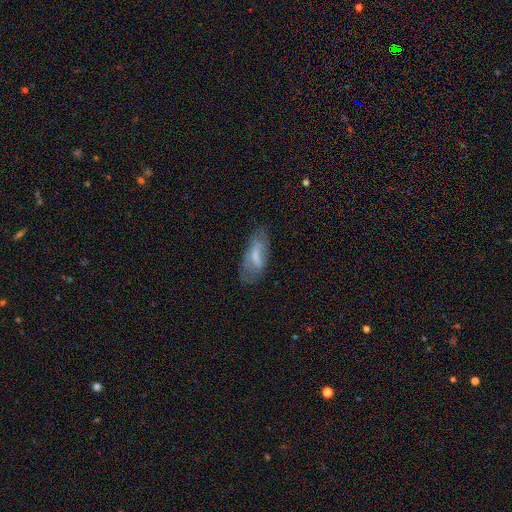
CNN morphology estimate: smooth_or_featured: smooth (p=0.53) [alt: featured or disk p=0.39]
how_rounded: in between (p=0.69) [alt: cigar-shaped p=0.28]
merging: none (p=0.62) [alt: minor disturbance p=0.25]